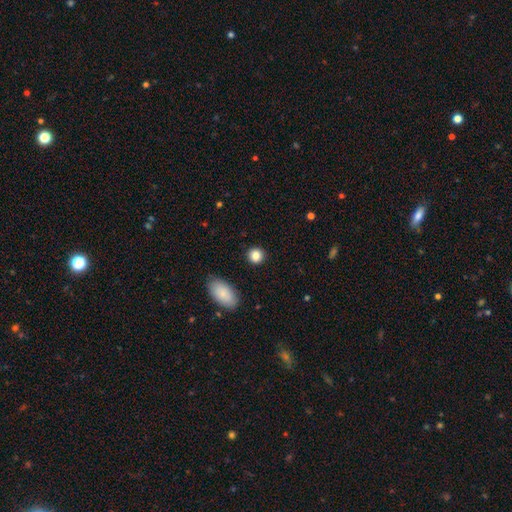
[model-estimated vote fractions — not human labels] smooth_or_featured: smooth (p=0.85) [alt: star or artifact p=0.10]
how_rounded: round (p=0.86) [alt: in between p=0.13]
merging: none (p=0.89) [alt: minor disturbance p=0.06]